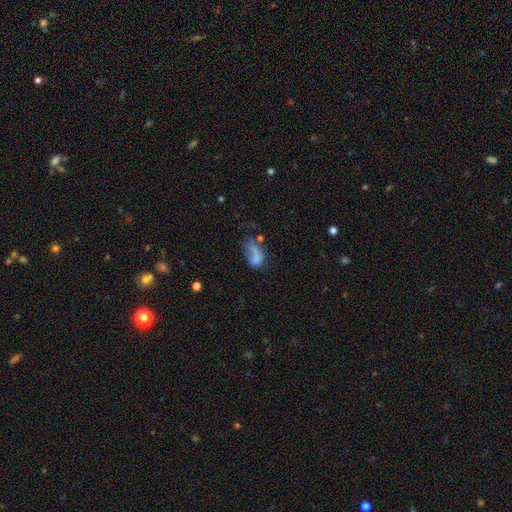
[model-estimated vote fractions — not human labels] smooth-or-featured: smooth: 62% | featured or disk: 25% | star or artifact: 13%
  how-rounded: in between: 84% | round: 11% | cigar-shaped: 6%
  merging: major disturbance: 42% | none: 23% | minor disturbance: 21% | merger: 13%